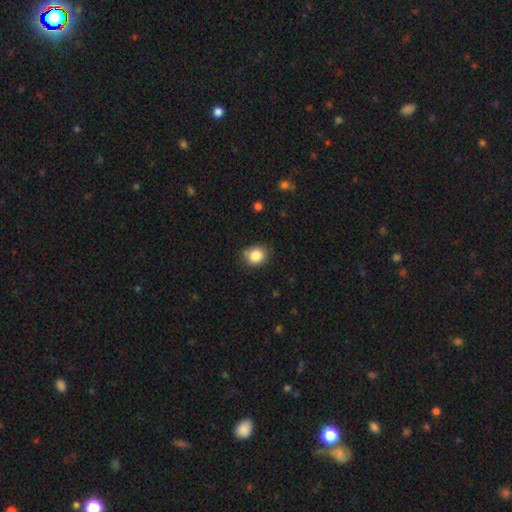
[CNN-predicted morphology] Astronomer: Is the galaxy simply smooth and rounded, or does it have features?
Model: smooth — 85%.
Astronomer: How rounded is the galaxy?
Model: round — 70%.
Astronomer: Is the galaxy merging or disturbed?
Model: none — 70%.